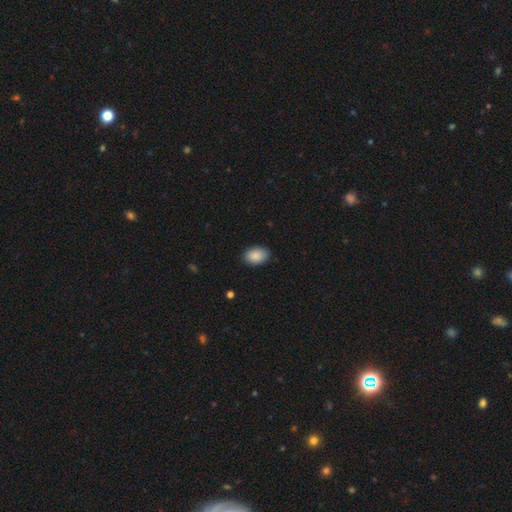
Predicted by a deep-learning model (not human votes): This appears to be a smooth galaxy with no disk features (89%) that is in between round and cigar-shaped (87%). Merging: none (87%).